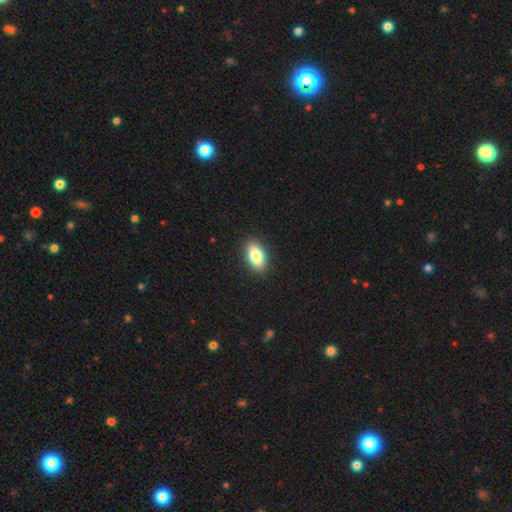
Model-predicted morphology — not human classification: type=smooth (83%); roundness=in between (90%); merging=none (90%).